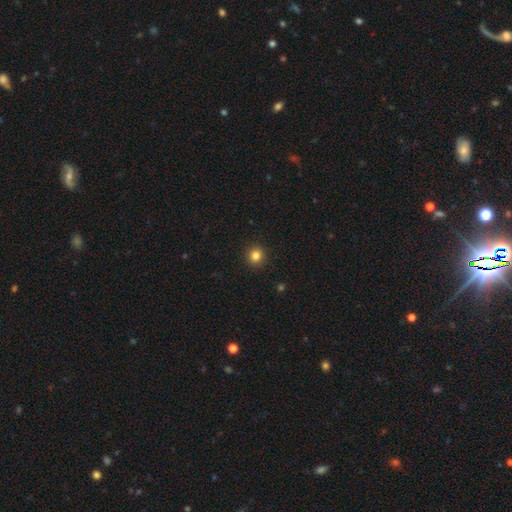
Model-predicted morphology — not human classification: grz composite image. It shows a smooth galaxy with no disk features (83%) that is round (93%). Merging: none (93%).